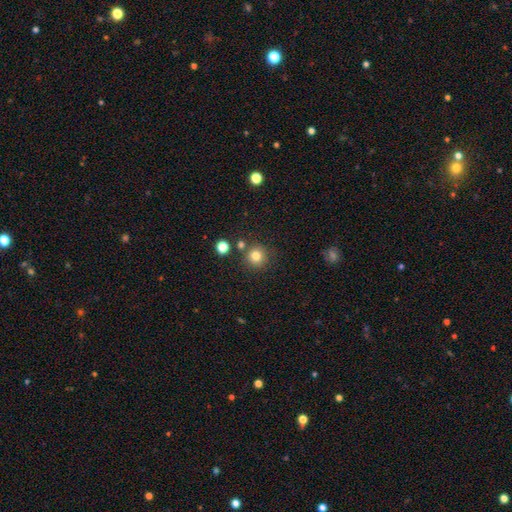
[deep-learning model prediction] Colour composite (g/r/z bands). It shows a smooth galaxy with no disk features (80%) that is round (94%). Merging: none (81%).